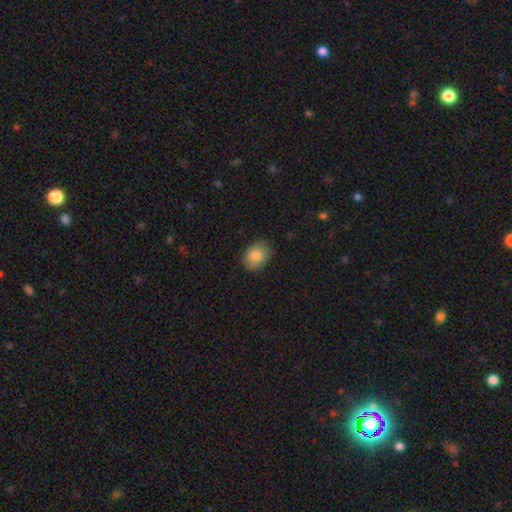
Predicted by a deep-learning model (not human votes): The model was most divided on "how rounded": in between: 67%, round: 32%, cigar-shaped: 1%. More confident: smooth or featured — smooth (86%); merging — none (81%).